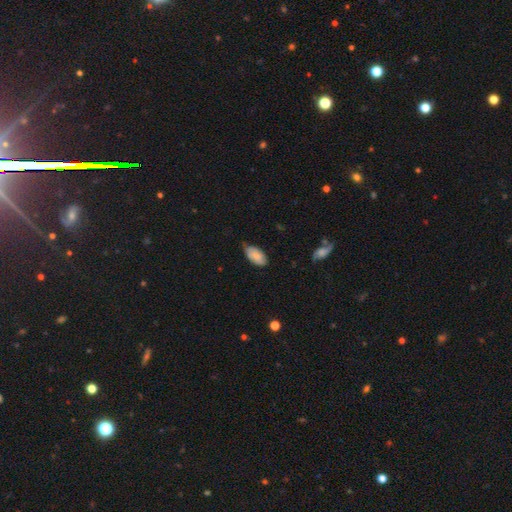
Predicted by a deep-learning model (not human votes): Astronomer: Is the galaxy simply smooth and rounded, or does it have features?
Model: smooth — 80%.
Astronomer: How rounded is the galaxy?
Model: in between — 94%.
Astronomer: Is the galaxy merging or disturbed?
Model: none — 57% (runner-up: minor disturbance, 36%).